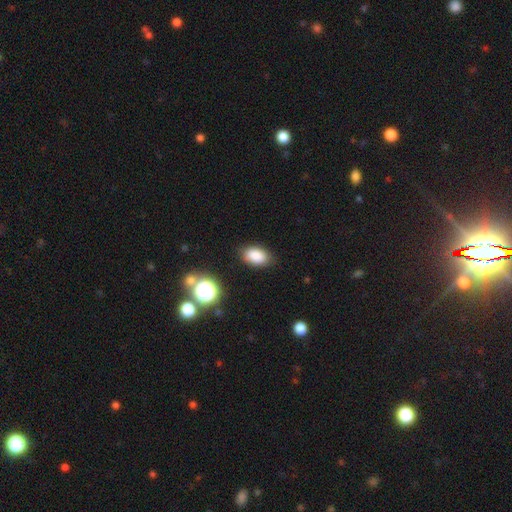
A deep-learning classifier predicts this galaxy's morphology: Overall: smooth (85%). How rounded: in between (90%). Merging: none (84%).